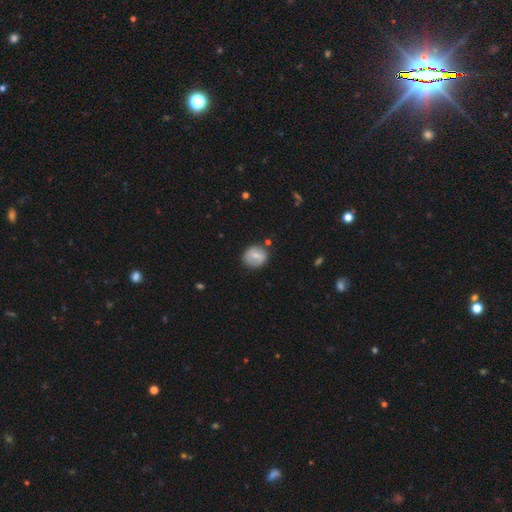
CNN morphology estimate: Smooth or featured? smooth (62%)
How rounded? round (77%)
Merging? none (78%)